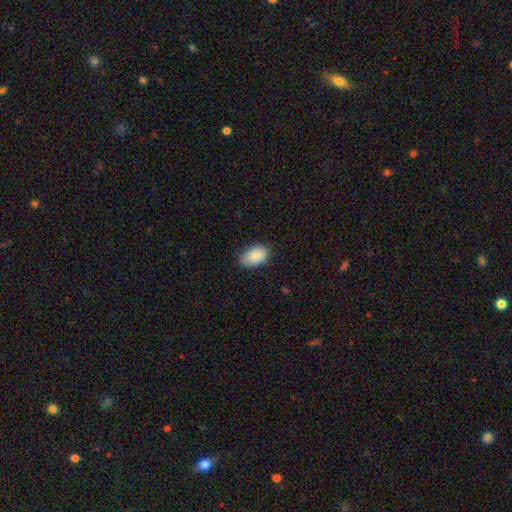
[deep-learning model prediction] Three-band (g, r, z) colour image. It shows a smooth galaxy with no disk features (88%) that is in between round and cigar-shaped (92%). Merging: none (76%).